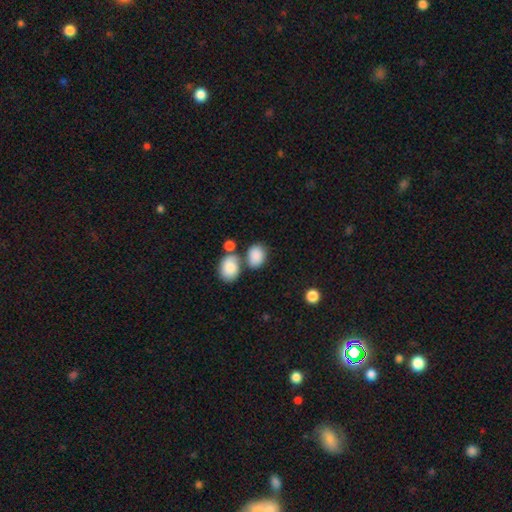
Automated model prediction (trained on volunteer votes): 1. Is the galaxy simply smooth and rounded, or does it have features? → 86% smooth, 8% star or artifact, 6% featured or disk.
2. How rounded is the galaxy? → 67% in between, 32% round, 1% cigar-shaped.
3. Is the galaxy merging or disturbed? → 47% none, 32% merger, 15% minor disturbance, 6% major disturbance.